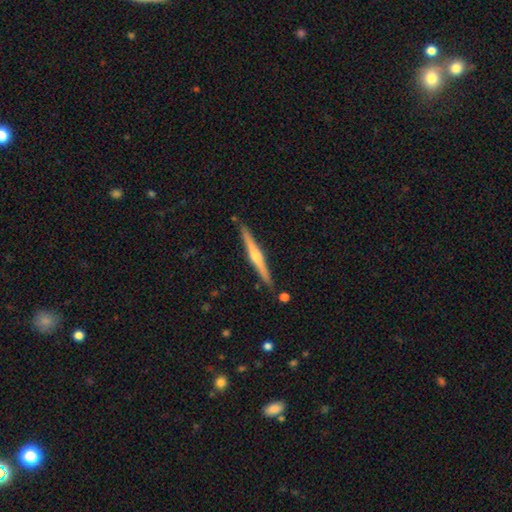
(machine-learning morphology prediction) The model was most divided on "smooth or featured": featured or disk: 73%, smooth: 21%, star or artifact: 5%. More confident: edge-on disk — yes (98%); merging — none (89%); edge-on bulge — rounded (88%).